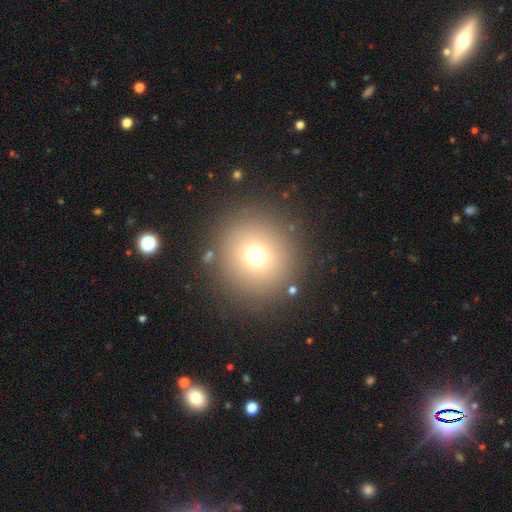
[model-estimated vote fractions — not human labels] Overall: smooth (70%). How rounded: round (94%). Merging: none (87%).